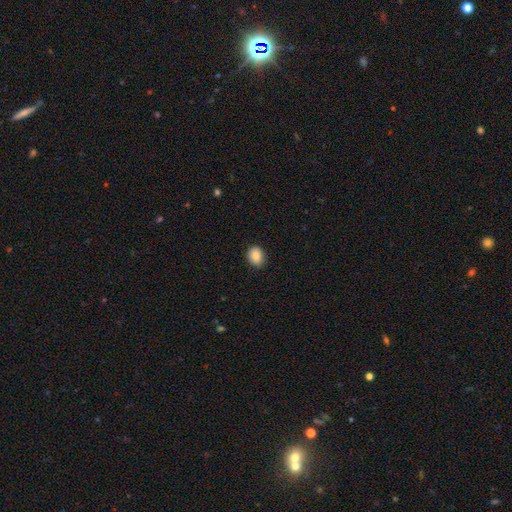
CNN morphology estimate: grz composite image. It shows a smooth galaxy with no disk features (88%) that is in between round and cigar-shaped (57%). Merging: none (88%).